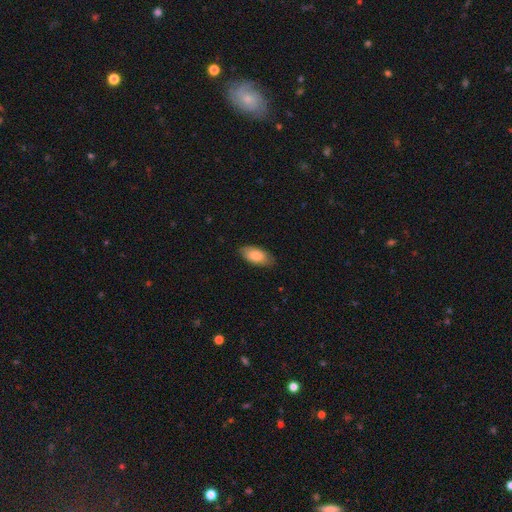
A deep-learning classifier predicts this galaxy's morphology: smooth_or_featured: smooth (p=0.82) [alt: featured or disk p=0.12]
how_rounded: in between (p=0.92) [alt: cigar-shaped p=0.05]
merging: none (p=0.80) [alt: minor disturbance p=0.16]